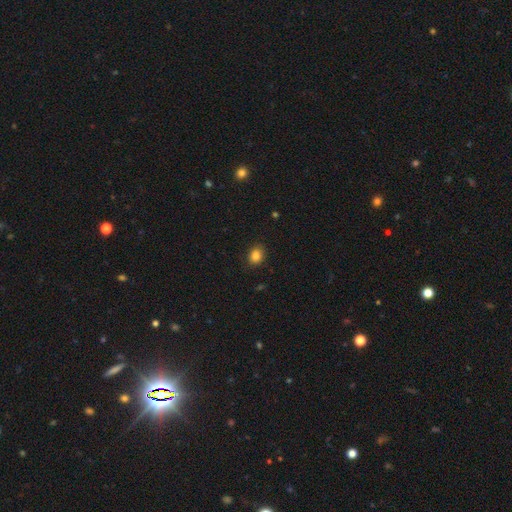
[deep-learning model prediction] Overall: smooth (85%). How rounded: round (51%; in between 48%). Merging: none (86%).